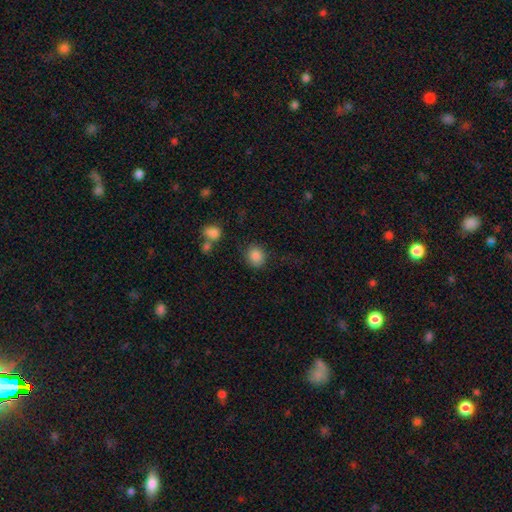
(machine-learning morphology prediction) Smooth or featured? Predicted: smooth (p=0.85). How rounded? Predicted: round (p=0.76). Merging? Predicted: none (p=0.82).